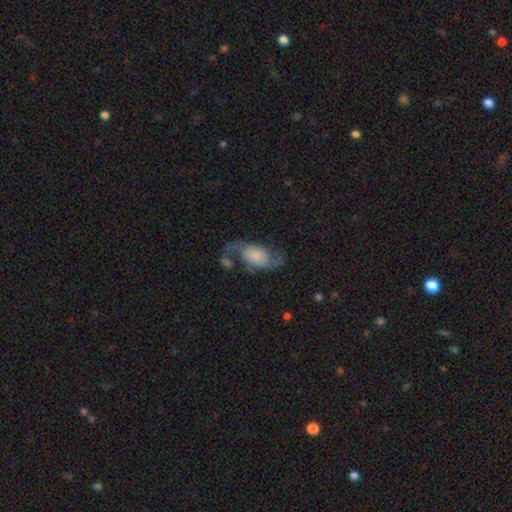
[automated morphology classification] This is likely a featured or disk galaxy (80%). It is clearly not viewed edge-on (97%). Bar: likely no (70%). Spiral arm pattern: clearly yes (95%). Spiral arm count: clearly 2 (93%). Spiral winding: likely loose (68%). Central bulge: marginally small (35%). Merging: possibly none (58%).